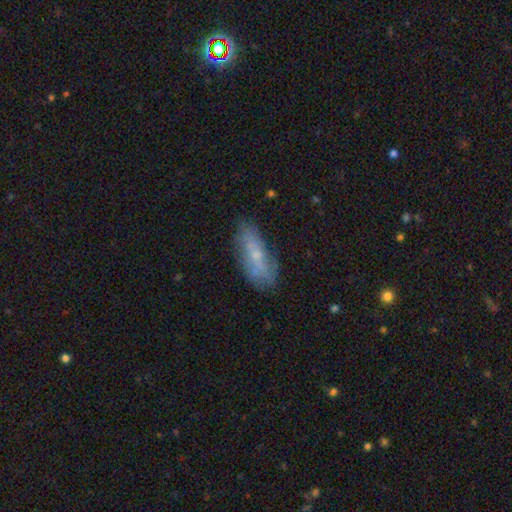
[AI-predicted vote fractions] Smooth or featured?
  - smooth: 52% *
  - featured or disk: 39%
  - star or artifact: 9%
How rounded?
  - in between: 66% *
  - cigar-shaped: 31%
  - round: 3%
Merging?
  - none: 62% *
  - minor disturbance: 24%
  - major disturbance: 9%
  - merger: 5%